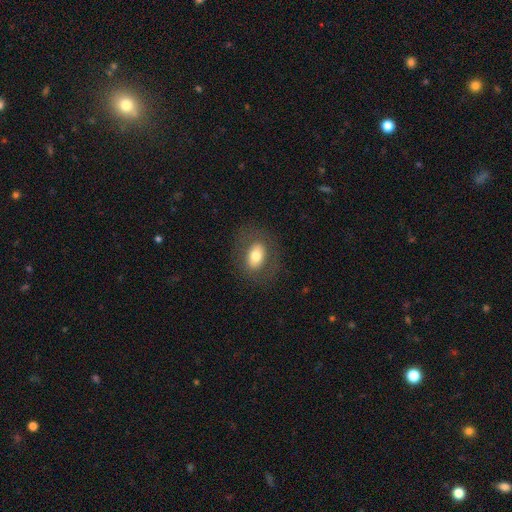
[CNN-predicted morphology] Q: Smooth or featured?
A: smooth (66%); runner-up: featured or disk (26%)
Q: How rounded?
A: in between (76%); runner-up: round (22%)
Q: Merging?
A: none (79%); runner-up: minor disturbance (12%)